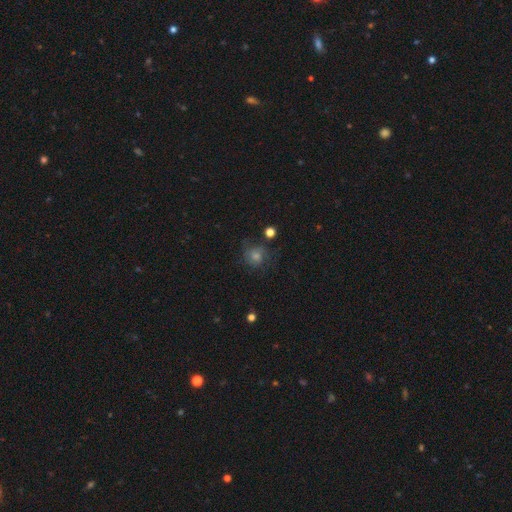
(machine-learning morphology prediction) This is marginally a smooth galaxy (44%). Merging: likely none (71%).